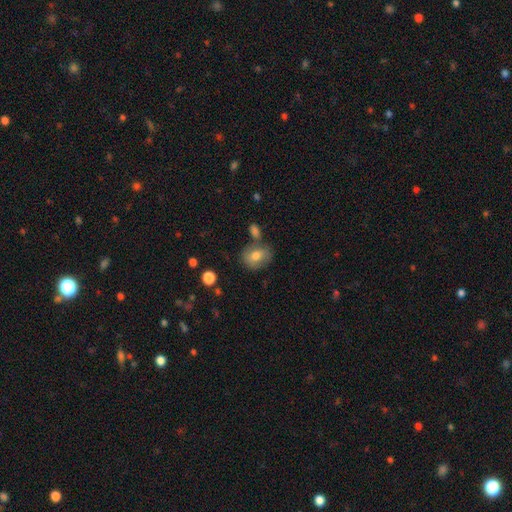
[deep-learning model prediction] This appears to be a smooth galaxy with no disk features (73%) that is in between round and cigar-shaped (51%). Merging: none (62%).